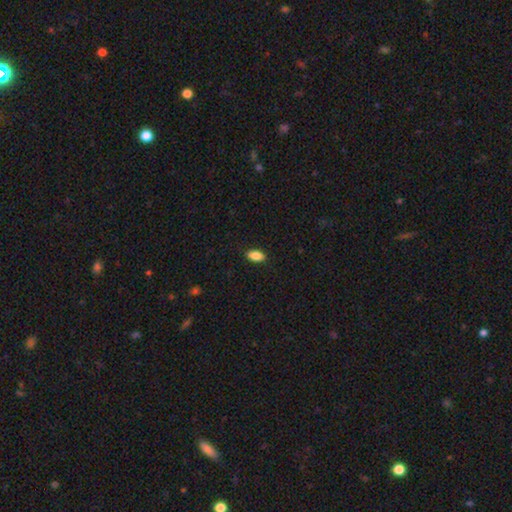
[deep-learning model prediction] The model was most divided on "smooth or featured": smooth: 87%, star or artifact: 8%, featured or disk: 6%. More confident: how rounded — in between (90%); merging — none (89%).